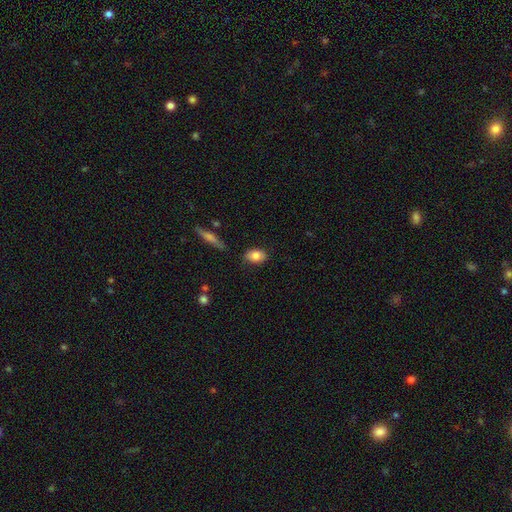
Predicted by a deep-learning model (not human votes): smooth_or_featured: smooth (p=0.82) [alt: featured or disk p=0.11]
how_rounded: in between (p=0.85) [alt: round p=0.12]
merging: none (p=0.82) [alt: minor disturbance p=0.13]